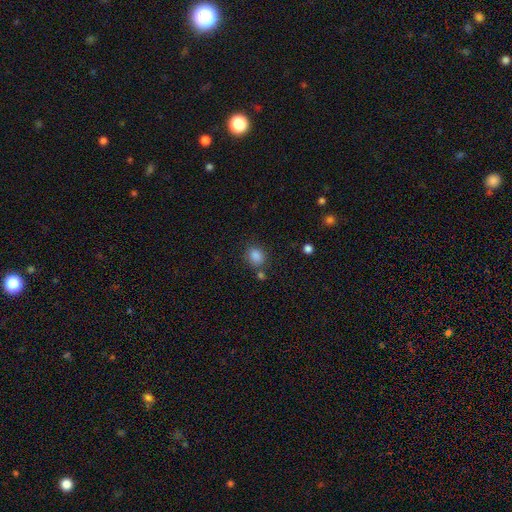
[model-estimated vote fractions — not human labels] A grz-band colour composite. It shows a smooth galaxy with no disk features (85%) that is round (59%). Merging: none (74%).